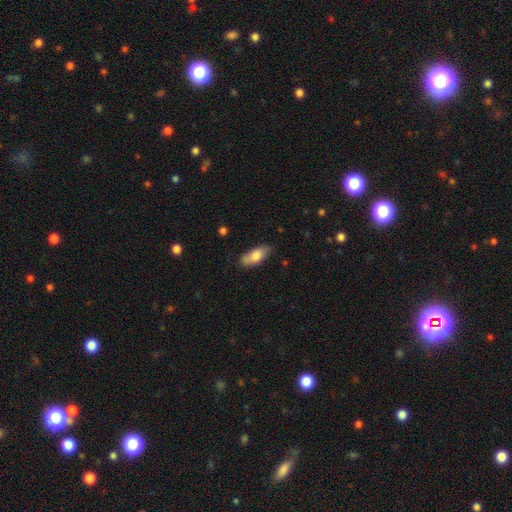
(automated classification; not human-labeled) Smooth or featured? smooth (77%)
How rounded? in between (83%)
Merging? none (77%)